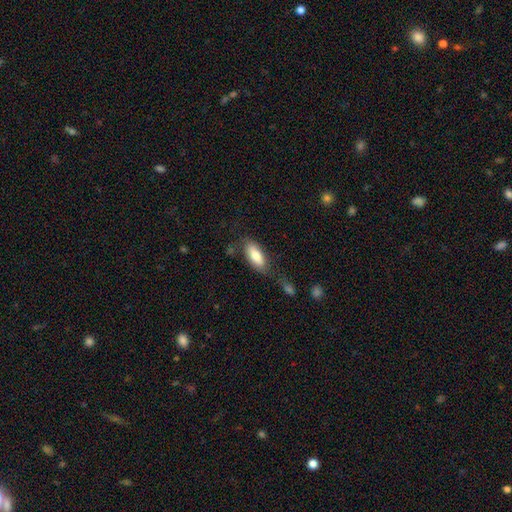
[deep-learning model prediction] This is likely a smooth galaxy (78%). How rounded: clearly in between (80%). Merging: possibly none (60%).